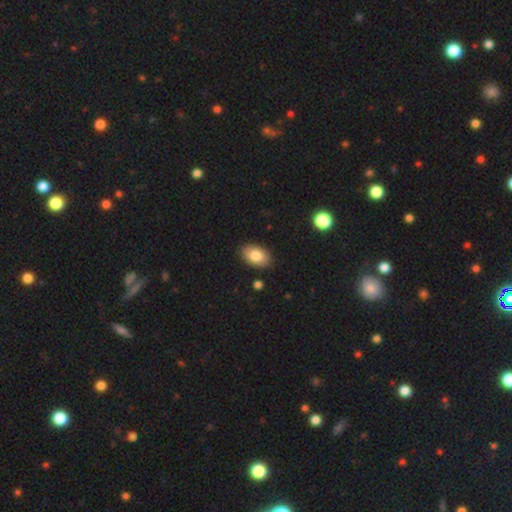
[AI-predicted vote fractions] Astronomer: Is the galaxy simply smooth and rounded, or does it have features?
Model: smooth — 82%.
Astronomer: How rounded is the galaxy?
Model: in between — 92%.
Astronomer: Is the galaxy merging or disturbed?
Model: none — 87%.